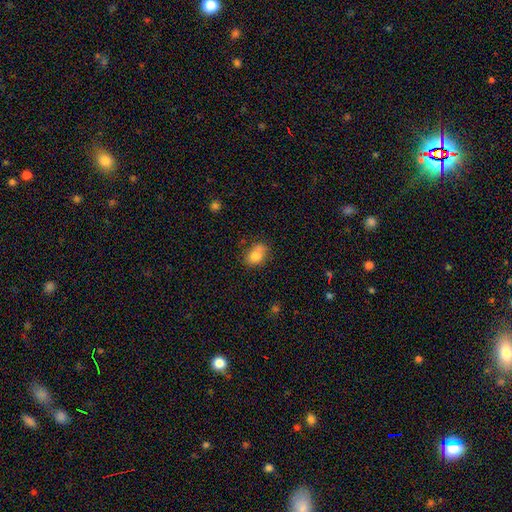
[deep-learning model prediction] A smooth galaxy with no disk features (80%) that is in between round and cigar-shaped (66%).

Vote fractions:
- Smooth or featured? smooth: 80% / featured or disk: 11% / star or artifact: 10%
- How rounded? in between: 66% / round: 33% / cigar-shaped: 1%
- Merging? none: 54% / minor disturbance: 24% / merger: 14% / major disturbance: 7%